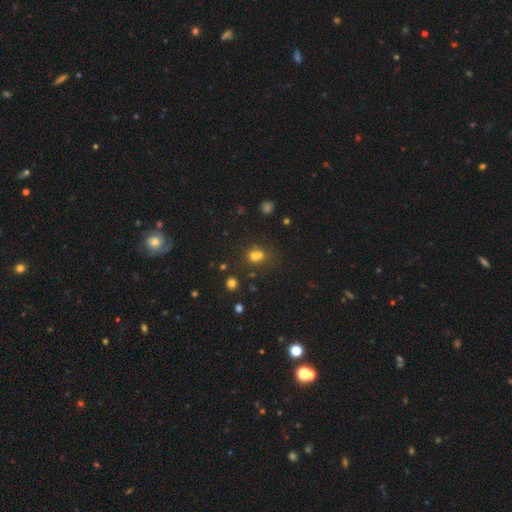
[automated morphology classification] smooth_or_featured: smooth (p=0.65) [alt: star or artifact p=0.20]
how_rounded: round (p=0.72) [alt: in between p=0.27]
merging: merger (p=0.50) [alt: none p=0.37]